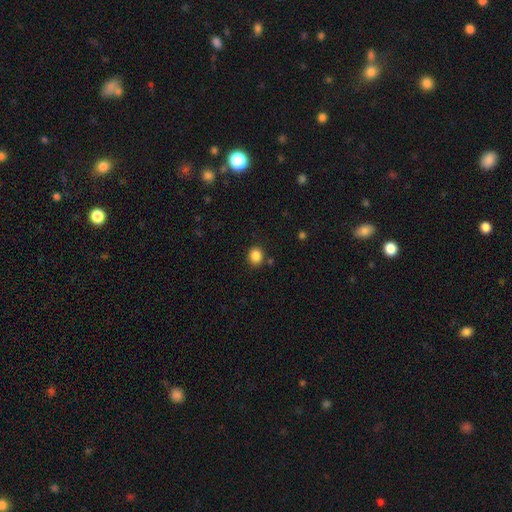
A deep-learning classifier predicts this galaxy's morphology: smooth_or_featured: smooth (p=0.86) [alt: star or artifact p=0.10]
how_rounded: round (p=0.71) [alt: in between p=0.28]
merging: none (p=0.84) [alt: minor disturbance p=0.09]